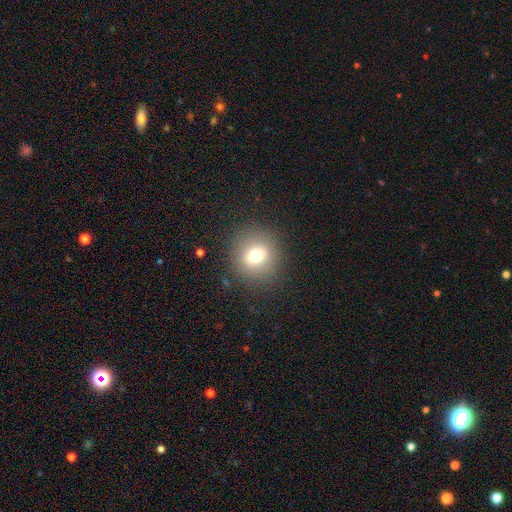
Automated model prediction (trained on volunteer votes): Overall: smooth (72%). How rounded: round (91%). Merging: none (88%).